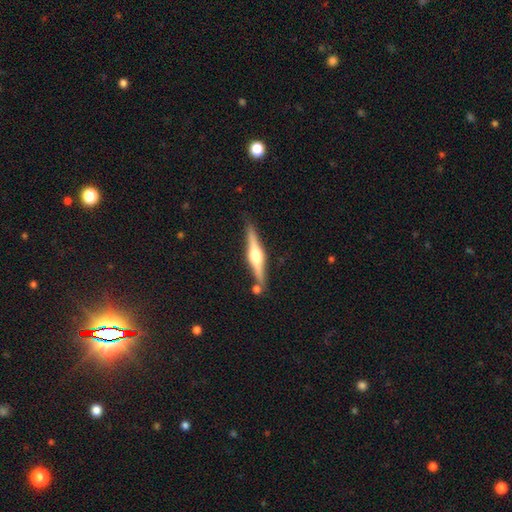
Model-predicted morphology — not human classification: featured or disk 77%, smooth 18%, star or artifact 5%. Down the decision tree: edge-on disk — yes (98%); edge-on bulge — rounded (91%); merging — none (82%).